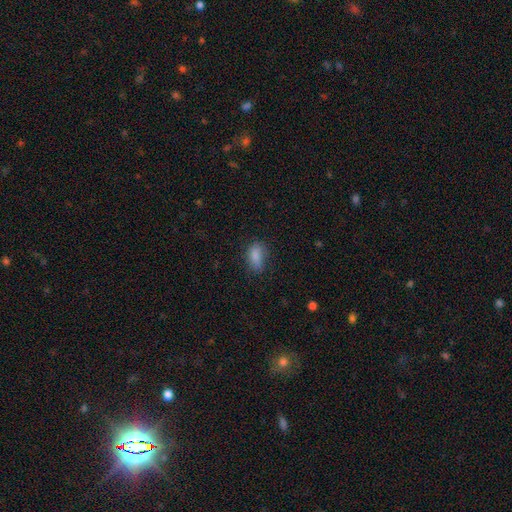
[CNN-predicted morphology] Smooth or featured? Predicted: smooth (p=0.84). How rounded? Predicted: in between (p=0.88). Merging? Predicted: none (p=0.65).